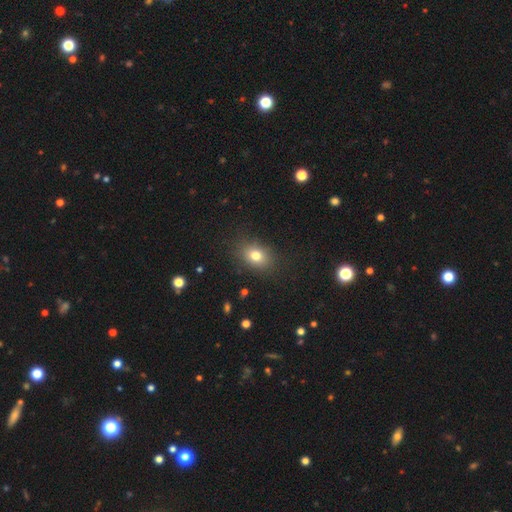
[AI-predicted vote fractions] Smooth or featured: smooth — 77% (star or artifact — 12%)
How rounded: in between — 65% (round — 33%)
Merging: none — 84% (minor disturbance — 11%)